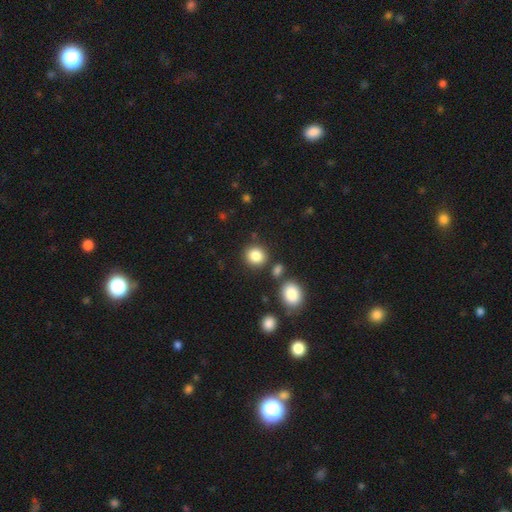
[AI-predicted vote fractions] Smooth or featured?
  - smooth: 85% *
  - star or artifact: 10%
  - featured or disk: 5%
How rounded?
  - round: 81% *
  - in between: 18%
  - cigar-shaped: 1%
Merging?
  - none: 82% *
  - minor disturbance: 8%
  - merger: 7%
  - major disturbance: 3%